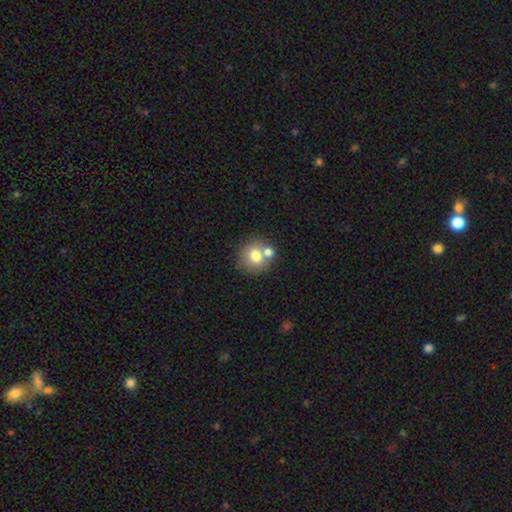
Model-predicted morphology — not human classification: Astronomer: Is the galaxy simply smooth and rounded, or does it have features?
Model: smooth — 74%.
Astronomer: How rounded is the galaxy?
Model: round — 83%.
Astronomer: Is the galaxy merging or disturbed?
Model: none — 56% (runner-up: merger, 32%).